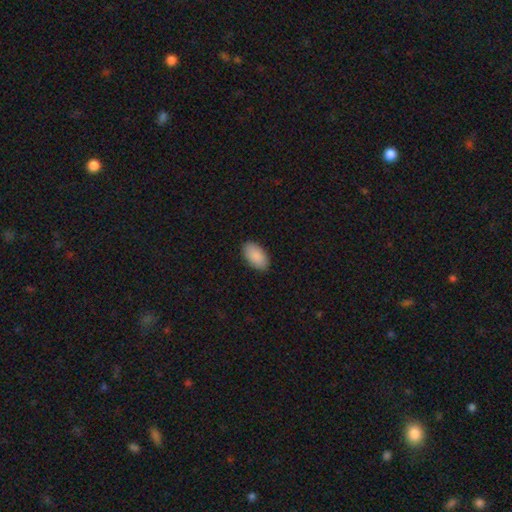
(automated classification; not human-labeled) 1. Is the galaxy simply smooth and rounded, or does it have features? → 91% smooth, 6% star or artifact, 3% featured or disk.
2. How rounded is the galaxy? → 96% in between, 2% round, 2% cigar-shaped.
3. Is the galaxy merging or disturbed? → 89% none, 8% minor disturbance, 2% major disturbance, 1% merger.